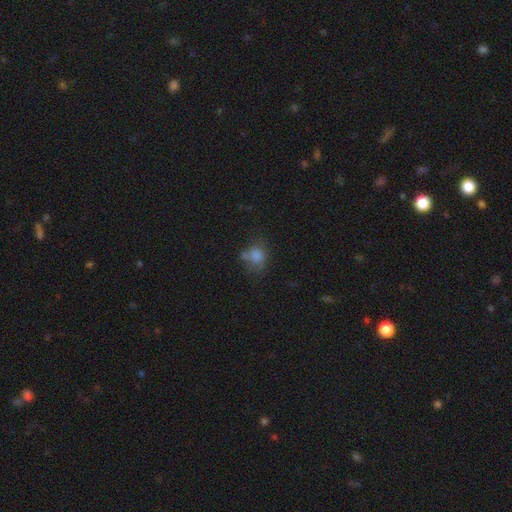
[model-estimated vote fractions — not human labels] A smooth galaxy with no disk features (74%) that is round (52%).

Vote fractions:
- Smooth or featured? smooth: 74% / star or artifact: 13% / featured or disk: 13%
- How rounded? round: 52% / in between: 47% / cigar-shaped: 1%
- Merging? none: 41% / minor disturbance: 26% / major disturbance: 19% / merger: 14%